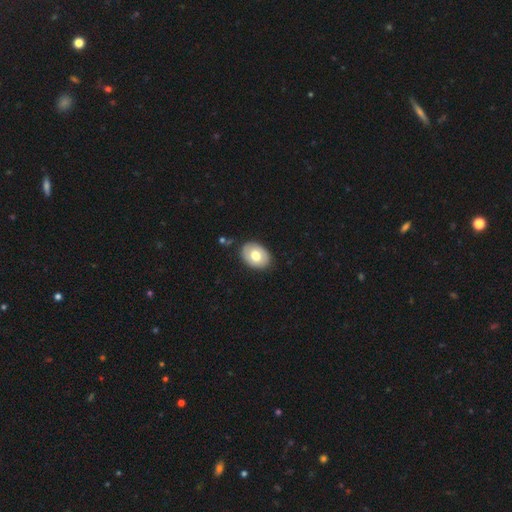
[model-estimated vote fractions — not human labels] Smooth or featured?
  - smooth: 64% *
  - featured or disk: 30%
  - star or artifact: 6%
How rounded?
  - in between: 75% *
  - round: 24%
  - cigar-shaped: 1%
Merging?
  - none: 84% *
  - minor disturbance: 12%
  - major disturbance: 3%
  - merger: 2%